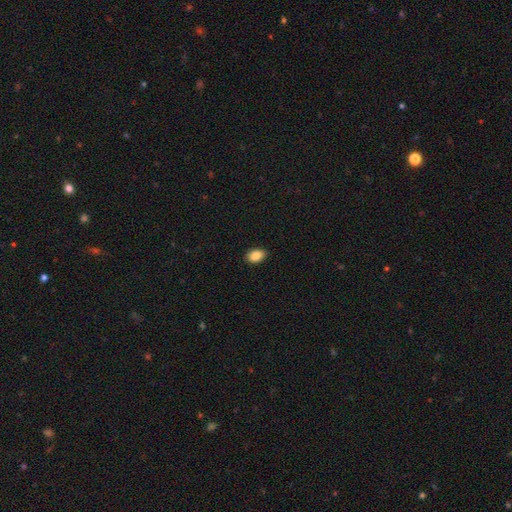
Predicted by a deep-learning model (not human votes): Smooth or featured?
  - smooth: 87% *
  - star or artifact: 8%
  - featured or disk: 5%
How rounded?
  - in between: 86% *
  - round: 13%
  - cigar-shaped: 1%
Merging?
  - none: 88% *
  - minor disturbance: 10%
  - major disturbance: 2%
  - merger: 1%